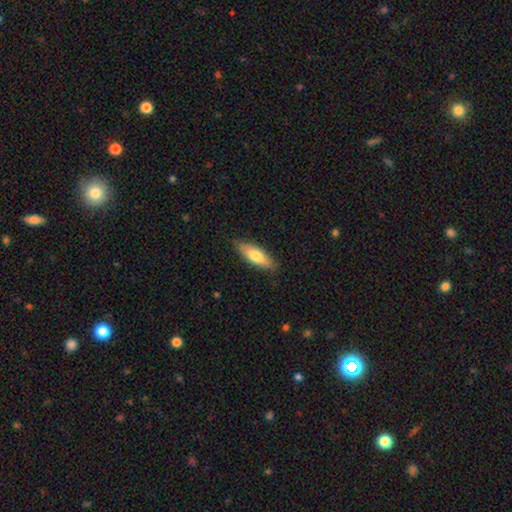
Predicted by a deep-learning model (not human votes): The model was most divided on "how rounded": in between: 58%, cigar-shaped: 40%, round: 2%. More confident: merging — none (85%); smooth or featured — smooth (70%).